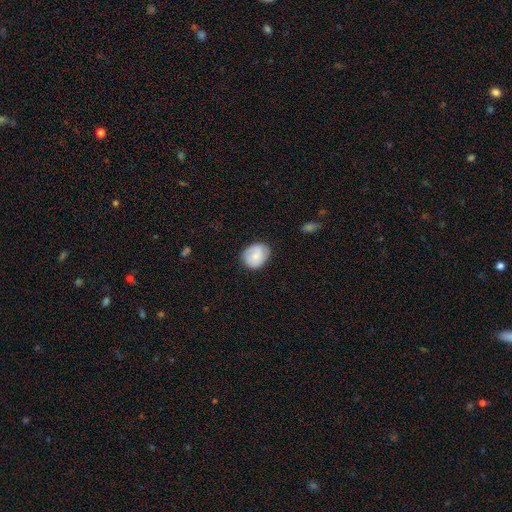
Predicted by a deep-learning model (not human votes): A smooth galaxy with no disk features (72%) that is round (54%).

Vote fractions:
- Smooth or featured? smooth: 72% / featured or disk: 22% / star or artifact: 7%
- How rounded? round: 54% / in between: 45% / cigar-shaped: 1%
- Merging? none: 78% / minor disturbance: 17% / major disturbance: 4% / merger: 1%